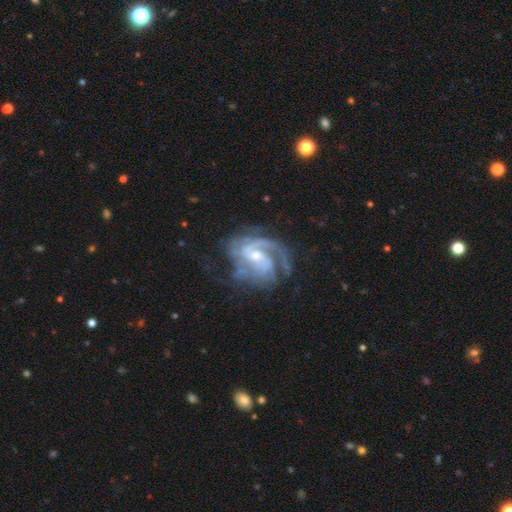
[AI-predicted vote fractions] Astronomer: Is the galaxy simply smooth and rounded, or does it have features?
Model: featured or disk — 90%.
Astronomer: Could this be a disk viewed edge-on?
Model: no — 98%.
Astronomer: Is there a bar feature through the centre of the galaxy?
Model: no — 45% (runner-up: weak, 44%).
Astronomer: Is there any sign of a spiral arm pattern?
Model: yes — 97%.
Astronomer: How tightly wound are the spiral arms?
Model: tight — 44%, tied with medium at 44%.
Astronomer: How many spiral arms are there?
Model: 2 — 35% (runner-up: 3, 25%).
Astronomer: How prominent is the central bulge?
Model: moderate — 48% (runner-up: small, 44%).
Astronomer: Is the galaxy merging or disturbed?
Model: none — 54%.